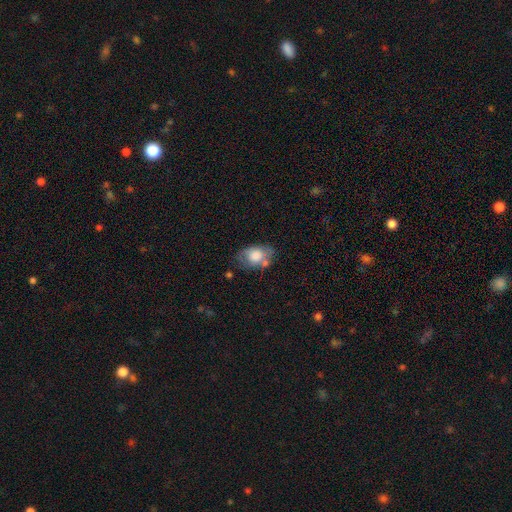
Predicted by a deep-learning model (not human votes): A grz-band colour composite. It shows a smooth galaxy with no disk features (66%) that is in between round and cigar-shaped (86%). Merging: none (55%).